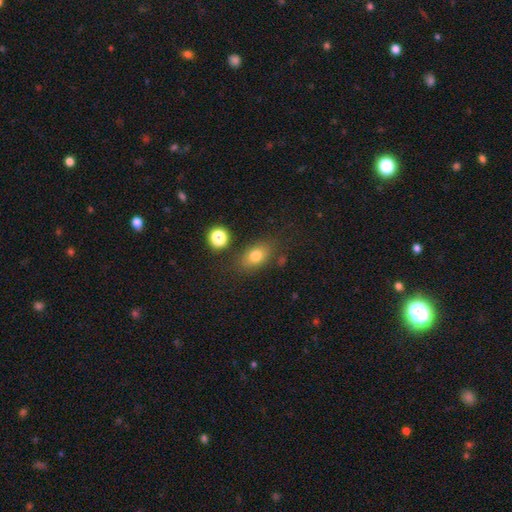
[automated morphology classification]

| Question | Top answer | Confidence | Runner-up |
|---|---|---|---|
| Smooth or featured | smooth | 76% | featured or disk (12%) |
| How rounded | in between | 78% | round (19%) |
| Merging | none | 76% | minor disturbance (14%) |